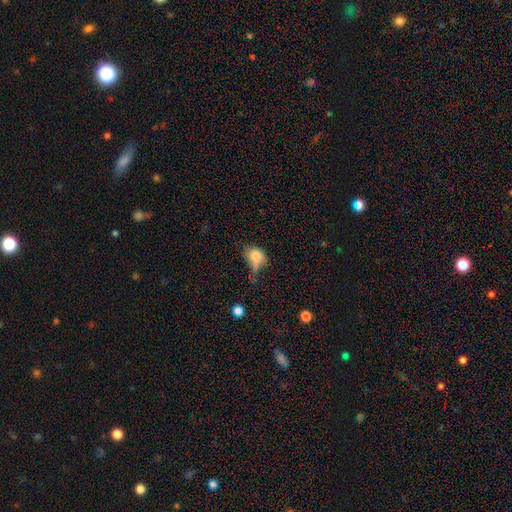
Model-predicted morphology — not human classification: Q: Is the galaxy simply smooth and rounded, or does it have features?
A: smooth — 72%.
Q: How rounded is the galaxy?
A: in between — 60%.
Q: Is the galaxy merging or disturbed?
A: none — 32%, tied with minor disturbance.